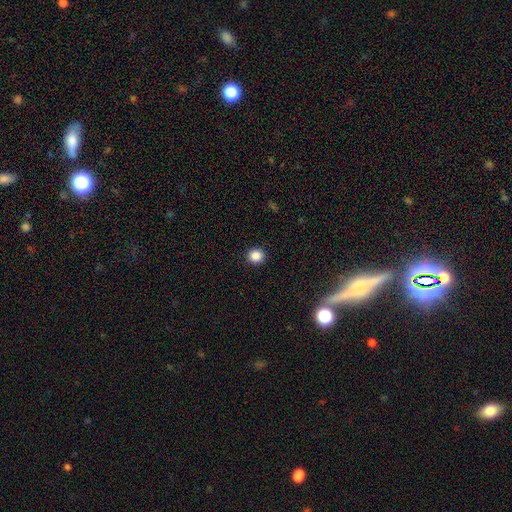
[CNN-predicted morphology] This is clearly a smooth galaxy (86%). How rounded: clearly round (87%). Merging: clearly none (92%).